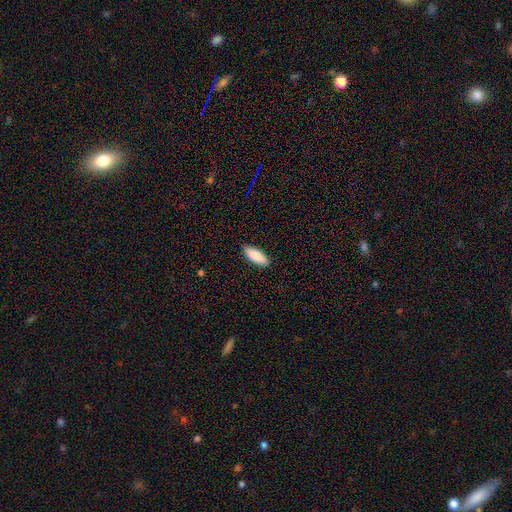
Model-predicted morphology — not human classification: Smooth or featured?
  - smooth: 87% *
  - featured or disk: 7%
  - star or artifact: 6%
How rounded?
  - in between: 76% *
  - cigar-shaped: 22%
  - round: 2%
Merging?
  - none: 88% *
  - minor disturbance: 9%
  - major disturbance: 2%
  - merger: 1%